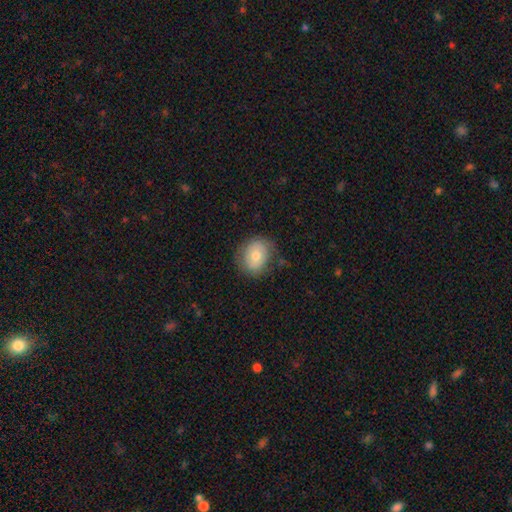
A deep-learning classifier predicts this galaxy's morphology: Smooth or featured?
  - smooth: 68% *
  - featured or disk: 25%
  - star or artifact: 8%
How rounded?
  - round: 60% *
  - in between: 39%
  - cigar-shaped: 1%
Merging?
  - none: 75% *
  - minor disturbance: 18%
  - major disturbance: 5%
  - merger: 1%